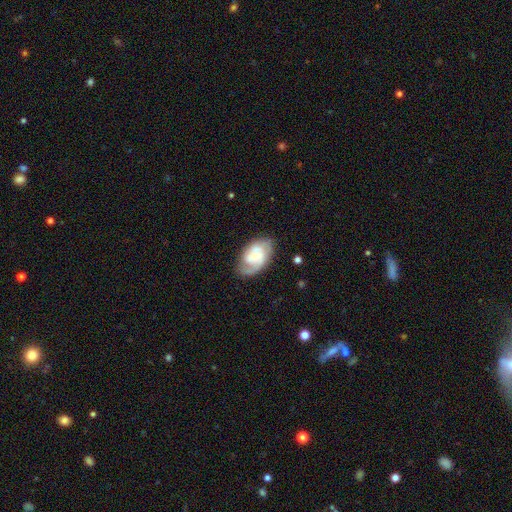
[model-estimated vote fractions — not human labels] Smooth or featured? Predicted: featured or disk (p=0.67). Edge-on disk? Predicted: no (p=0.97). Bar? Predicted: no (p=0.57). Spiral arms? Predicted: yes (p=0.89). Spiral winding? Predicted: medium (p=0.42). Spiral arm count? Predicted: 2 (p=0.54). Bulge size? Predicted: small (p=0.49). Merging? Predicted: none (p=0.64).